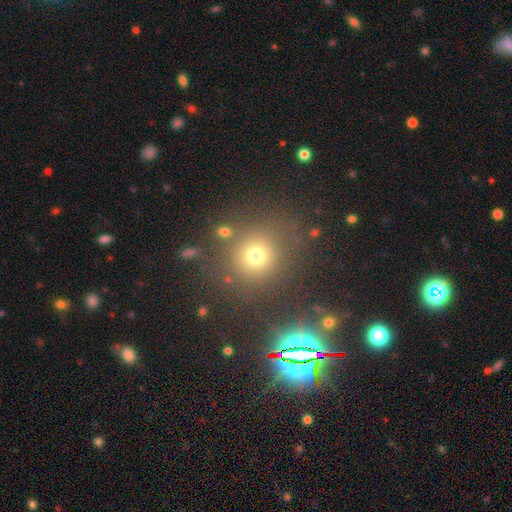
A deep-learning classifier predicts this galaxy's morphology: smooth 71%, star or artifact 20%, featured or disk 10%. Down the decision tree: how rounded — round (87%); merging — none (77%).